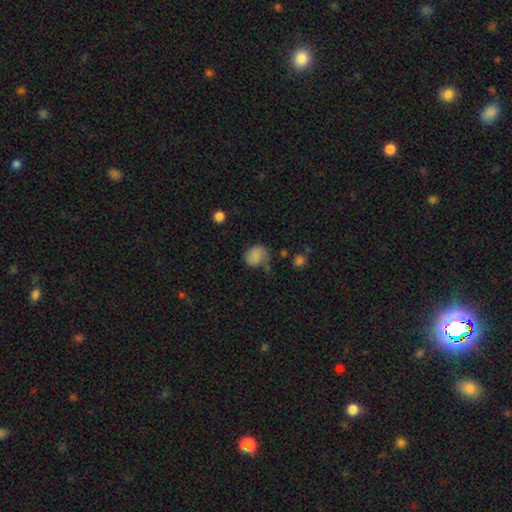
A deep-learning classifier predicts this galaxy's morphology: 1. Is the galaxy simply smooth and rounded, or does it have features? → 80% smooth, 10% star or artifact, 10% featured or disk.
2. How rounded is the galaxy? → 62% round, 37% in between, 1% cigar-shaped.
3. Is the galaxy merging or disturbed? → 56% none, 28% minor disturbance, 11% major disturbance, 5% merger.